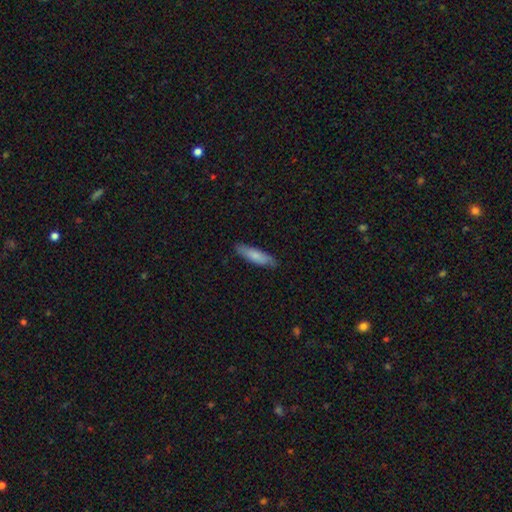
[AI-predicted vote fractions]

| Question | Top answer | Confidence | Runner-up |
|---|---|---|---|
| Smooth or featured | smooth | 77% | featured or disk (18%) |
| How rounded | cigar-shaped | 65% | in between (33%) |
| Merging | none | 83% | minor disturbance (14%) |